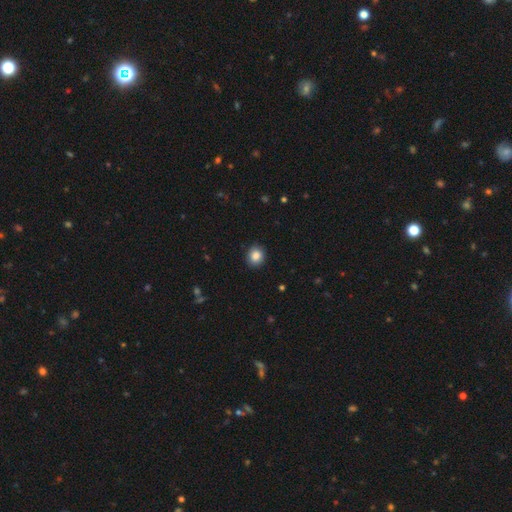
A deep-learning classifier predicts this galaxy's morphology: Smooth or featured: smooth — 86% (star or artifact — 9%)
How rounded: round — 75% (in between — 24%)
Merging: none — 91% (minor disturbance — 7%)